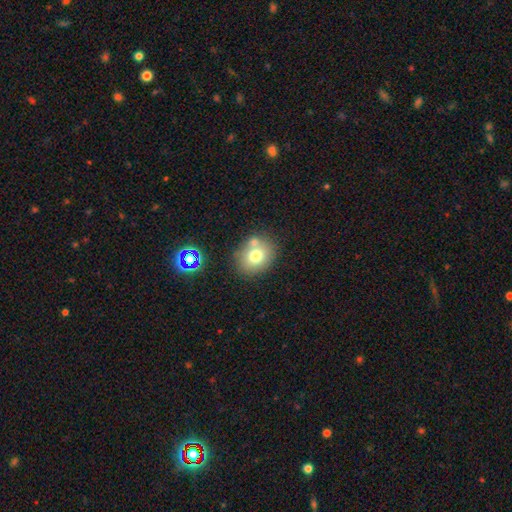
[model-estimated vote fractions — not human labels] This is likely a smooth galaxy (72%). How rounded: likely round (61%). Merging: likely none (65%).